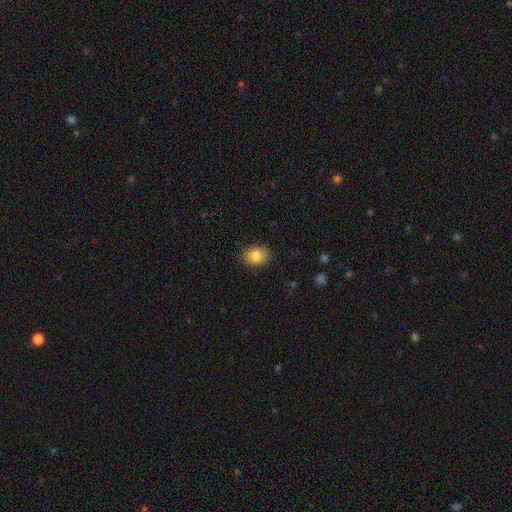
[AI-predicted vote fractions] Smooth or featured: smooth — 85% (star or artifact — 9%)
How rounded: in between — 67% (round — 32%)
Merging: none — 86% (minor disturbance — 10%)